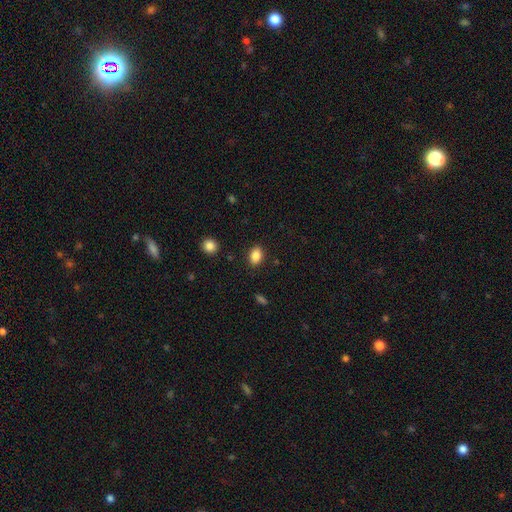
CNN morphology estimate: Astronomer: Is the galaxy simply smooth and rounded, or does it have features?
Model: smooth — 87%.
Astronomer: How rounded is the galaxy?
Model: in between — 80%.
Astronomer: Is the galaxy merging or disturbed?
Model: none — 87%.